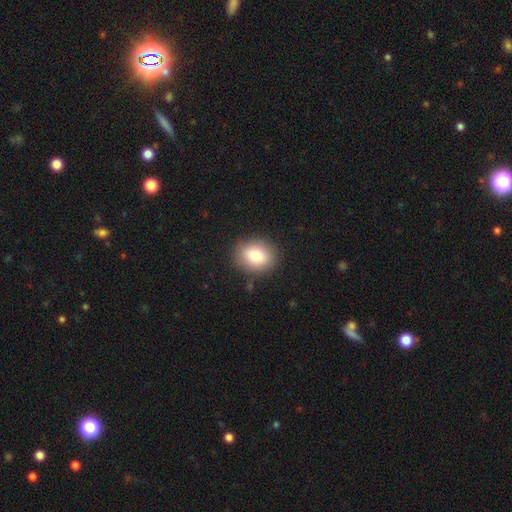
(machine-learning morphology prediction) This appears to be a smooth galaxy with no disk features (81%) that is round (55%). Merging: none (87%).